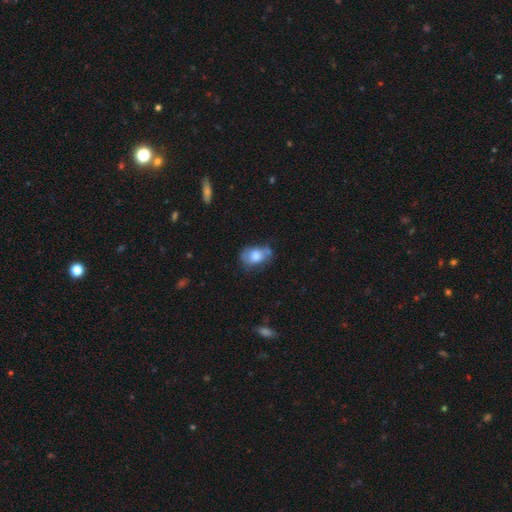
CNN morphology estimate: Smooth or featured? smooth (67%)
How rounded? in between (77%)
Merging? none (40%)